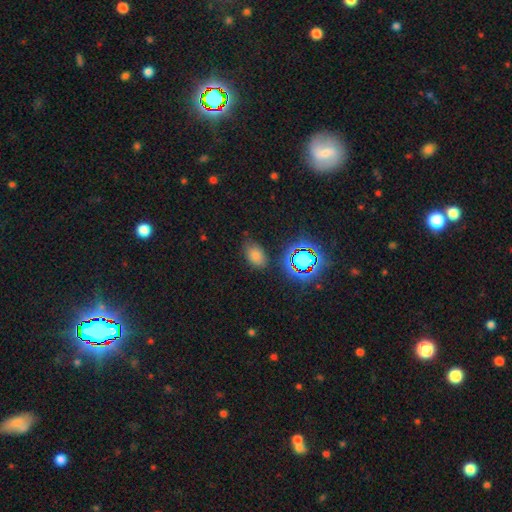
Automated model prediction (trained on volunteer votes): smooth-or-featured: smooth: 70% | star or artifact: 22% | featured or disk: 8%
  how-rounded: in between: 87% | round: 12% | cigar-shaped: 2%
  merging: none: 75% | minor disturbance: 17% | major disturbance: 5% | merger: 3%